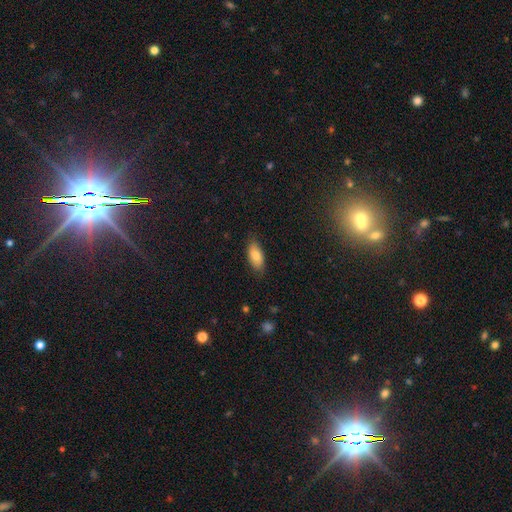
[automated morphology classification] A smooth galaxy with no disk features (81%) that is in between round and cigar-shaped (89%). Merging: none (79%).